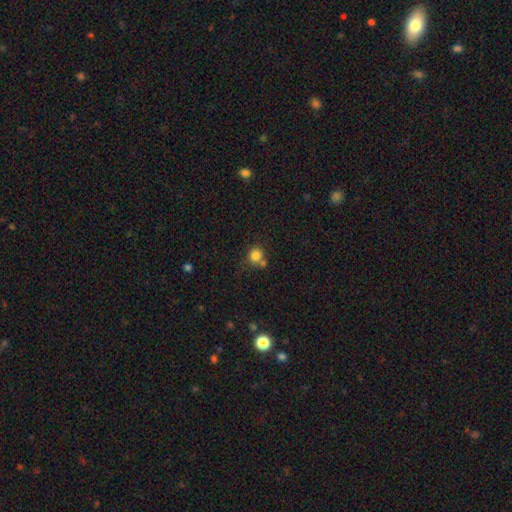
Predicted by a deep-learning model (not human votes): Smooth or featured?
  - smooth: 81% *
  - star or artifact: 12%
  - featured or disk: 6%
How rounded?
  - round: 87% *
  - in between: 12%
  - cigar-shaped: 1%
Merging?
  - none: 61% *
  - merger: 23%
  - minor disturbance: 12%
  - major disturbance: 4%